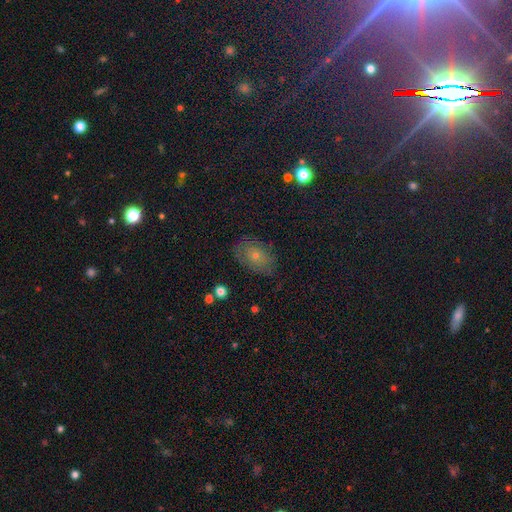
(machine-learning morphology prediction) smooth-or-featured: smooth: 50% | featured or disk: 28% | star or artifact: 22%
  merging: none: 78% | minor disturbance: 16% | major disturbance: 5% | merger: 1%